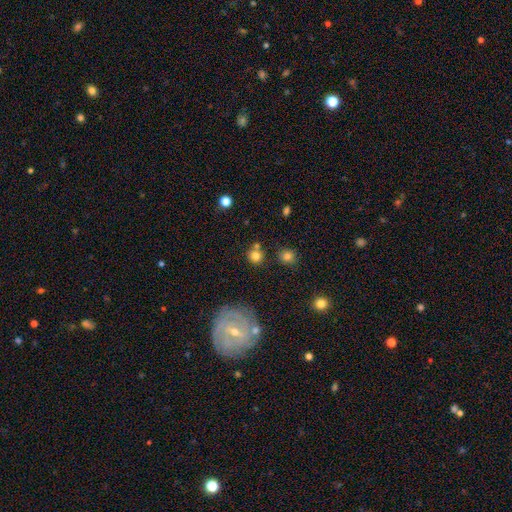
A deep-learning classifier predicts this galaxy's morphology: smooth-or-featured: smooth: 78% | star or artifact: 12% | featured or disk: 10%
  how-rounded: round: 89% | in between: 10% | cigar-shaped: 1%
  merging: none: 72% | merger: 14% | minor disturbance: 10% | major disturbance: 4%